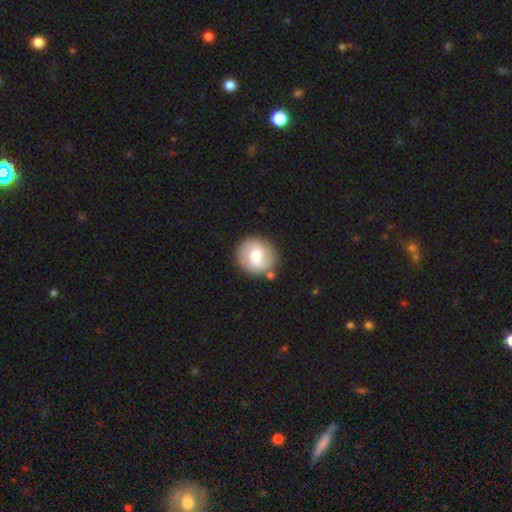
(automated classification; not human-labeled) Morphology: type=smooth (53%); roundness=round (86%); merging=none (78%).